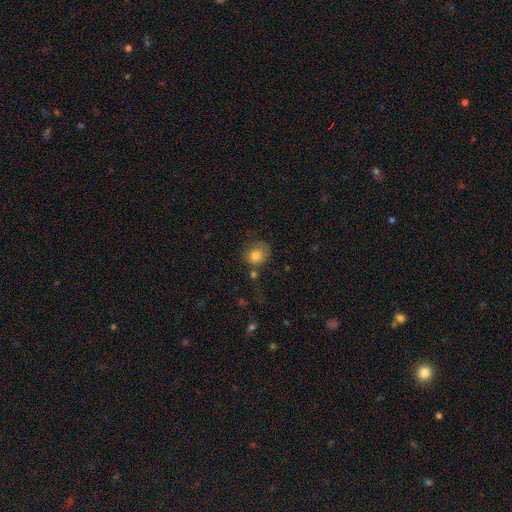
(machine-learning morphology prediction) Smooth or featured? Predicted: smooth (p=0.81). How rounded? Predicted: round (p=0.64). Merging? Predicted: none (p=0.53).